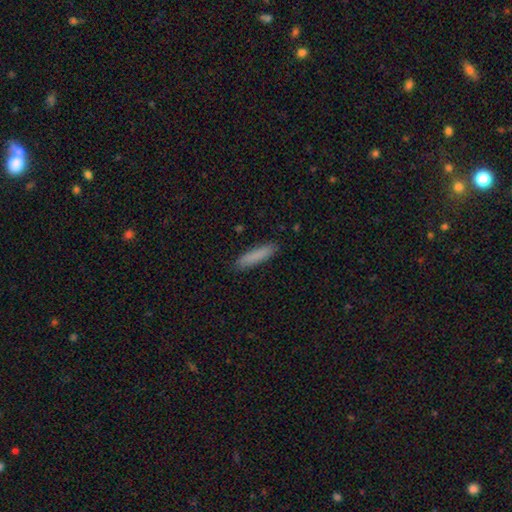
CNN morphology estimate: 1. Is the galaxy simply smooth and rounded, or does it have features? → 86% smooth, 8% featured or disk, 7% star or artifact.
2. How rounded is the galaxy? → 84% cigar-shaped, 15% in between, 1% round.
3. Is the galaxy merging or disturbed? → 88% none, 9% minor disturbance, 2% major disturbance, 1% merger.